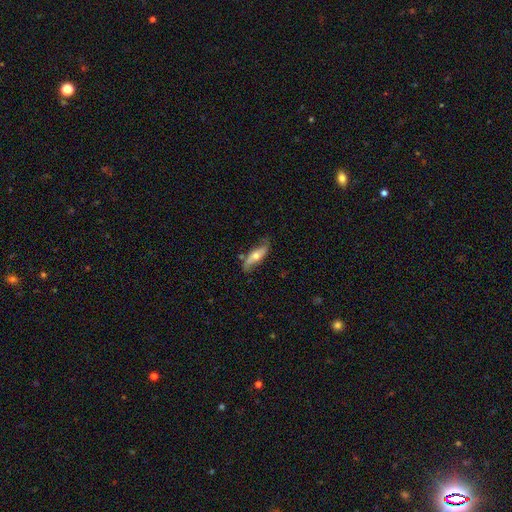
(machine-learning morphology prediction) Q: Smooth or featured?
A: featured or disk (51%); runner-up: smooth (43%)
Q: Edge-on disk?
A: no (67%); runner-up: yes (33%)
Q: Merging?
A: none (65%); runner-up: minor disturbance (25%)